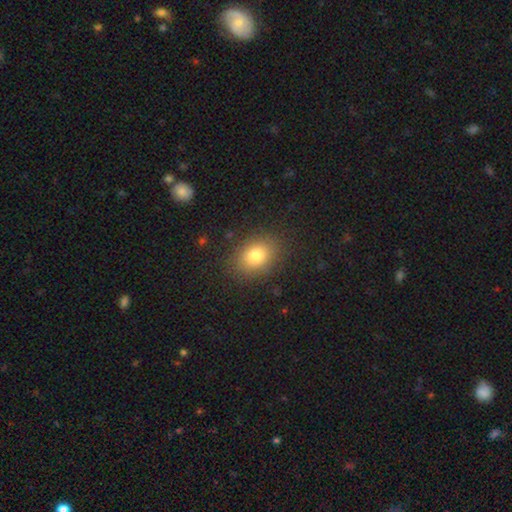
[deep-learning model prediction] Smooth or featured?
  - smooth: 80% *
  - star or artifact: 11%
  - featured or disk: 9%
How rounded?
  - in between: 62% *
  - round: 37%
  - cigar-shaped: 1%
Merging?
  - none: 85% *
  - minor disturbance: 10%
  - major disturbance: 4%
  - merger: 1%